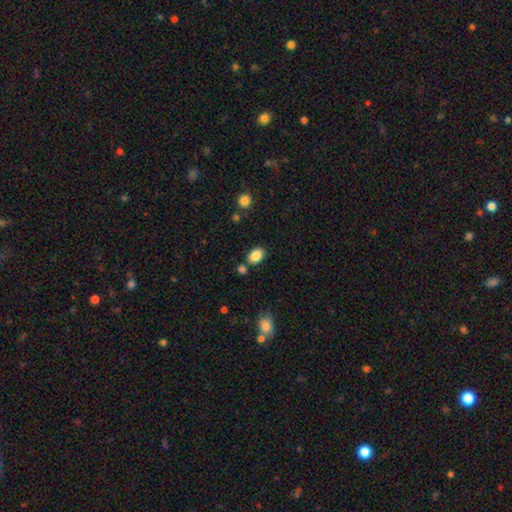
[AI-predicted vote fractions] Smooth or featured? smooth (87%)
How rounded? in between (83%)
Merging? none (77%)